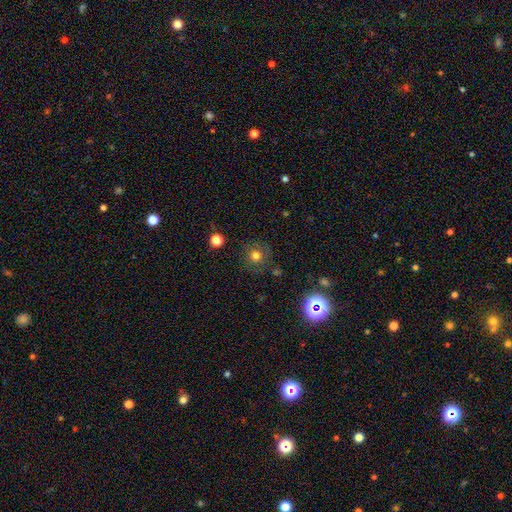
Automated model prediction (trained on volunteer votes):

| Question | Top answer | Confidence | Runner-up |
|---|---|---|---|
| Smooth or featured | smooth | 73% | star or artifact (18%) |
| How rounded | round | 93% | in between (6%) |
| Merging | none | 83% | minor disturbance (10%) |